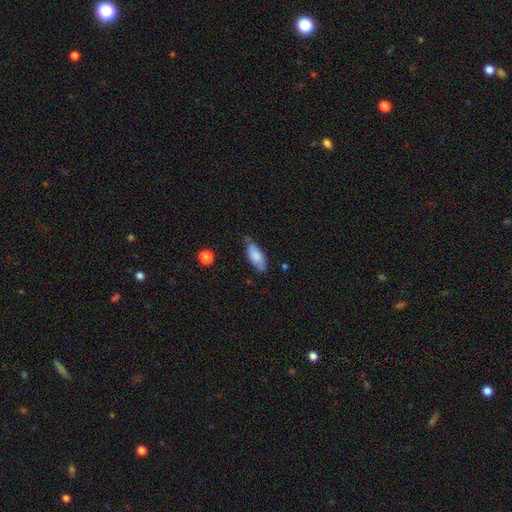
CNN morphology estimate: Smooth or featured: smooth — 80% (featured or disk — 13%)
How rounded: in between — 84% (cigar-shaped — 14%)
Merging: none — 63% (minor disturbance — 29%)